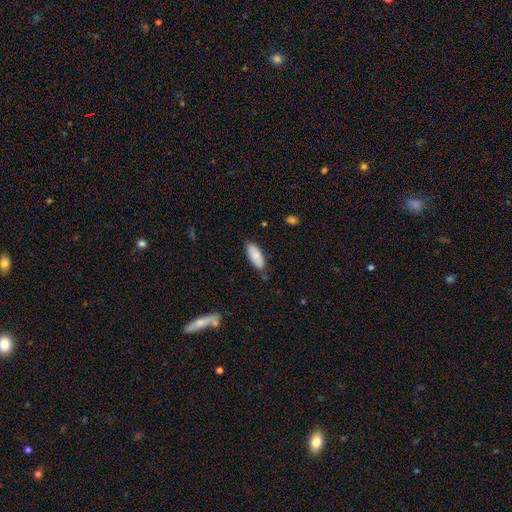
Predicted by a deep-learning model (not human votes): This appears to be a smooth galaxy with no disk features (84%) that is in between round and cigar-shaped (83%). Merging: none (80%).